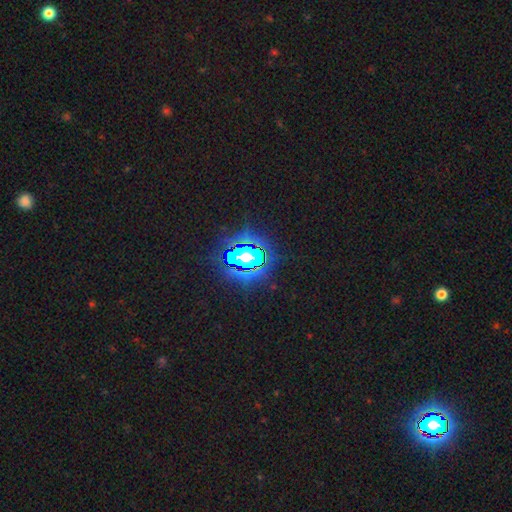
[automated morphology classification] smooth-or-featured: star or artifact: 78% | smooth: 13% | featured or disk: 9%